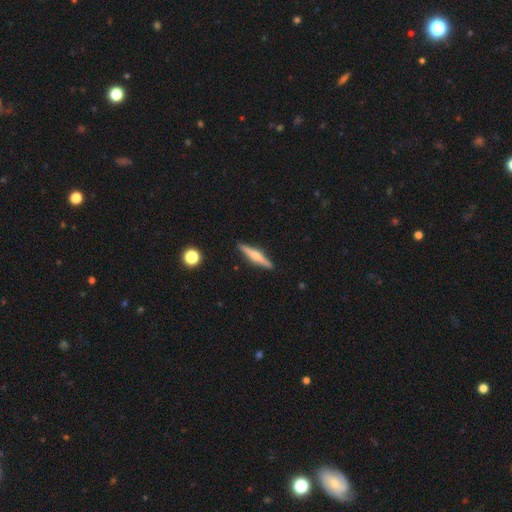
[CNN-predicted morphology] This is likely a featured or disk galaxy (61%). It is clearly viewed edge-on (97%). Edge-on bulge: clearly rounded (83%). Merging: clearly none (90%).